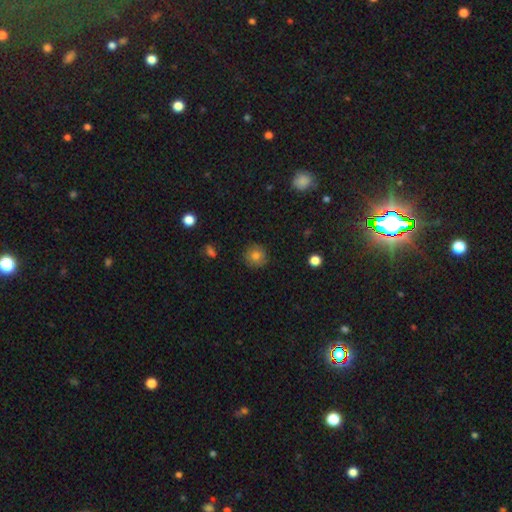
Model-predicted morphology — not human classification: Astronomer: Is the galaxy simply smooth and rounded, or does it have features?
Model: smooth — 81%.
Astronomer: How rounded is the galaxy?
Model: round — 93%.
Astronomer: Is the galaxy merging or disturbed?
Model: none — 88%.